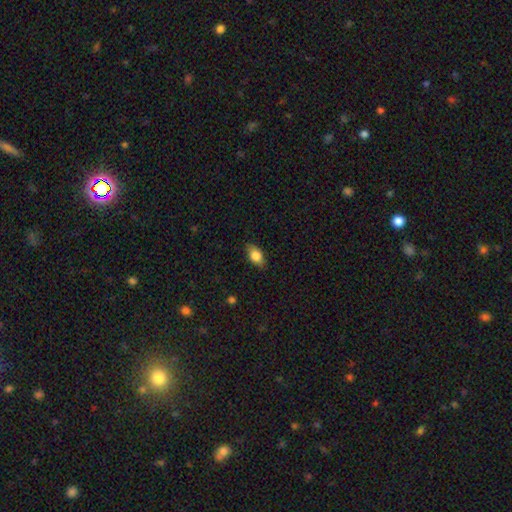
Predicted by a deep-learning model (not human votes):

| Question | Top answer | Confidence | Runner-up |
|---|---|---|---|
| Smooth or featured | smooth | 78% | featured or disk (14%) |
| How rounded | in between | 86% | round (9%) |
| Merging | none | 82% | minor disturbance (14%) |